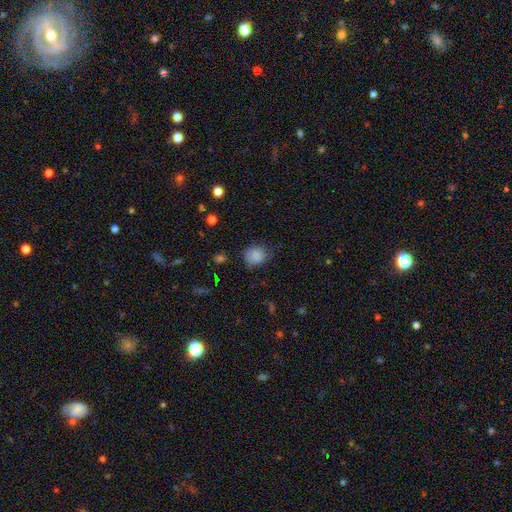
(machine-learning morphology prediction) A smooth galaxy with no disk features (85%) that is round (75%).

Vote fractions:
- Smooth or featured? smooth: 85% / star or artifact: 9% / featured or disk: 6%
- How rounded? round: 75% / in between: 24% / cigar-shaped: 1%
- Merging? none: 65% / minor disturbance: 27% / major disturbance: 7% / merger: 2%